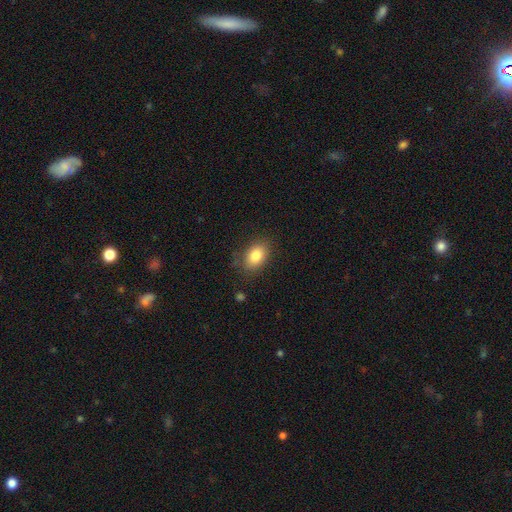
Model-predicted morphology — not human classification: Smooth or featured? Predicted: smooth (p=0.83). How rounded? Predicted: in between (p=0.84). Merging? Predicted: none (p=0.80).